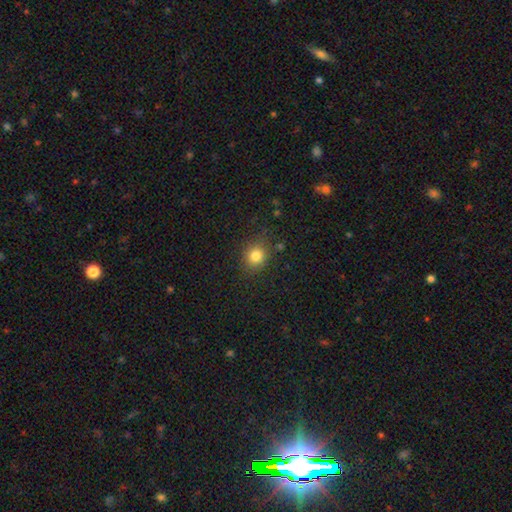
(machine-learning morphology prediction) This is clearly a smooth galaxy (81%). How rounded: likely round (78%). Merging: clearly none (84%).